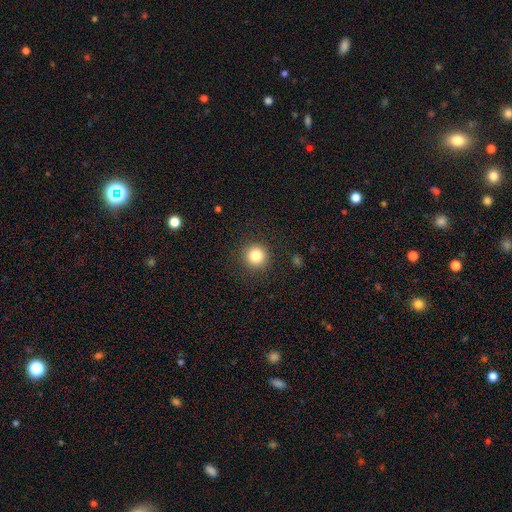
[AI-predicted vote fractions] A smooth galaxy with no disk features (84%) that is round (95%). Merging: none (91%).